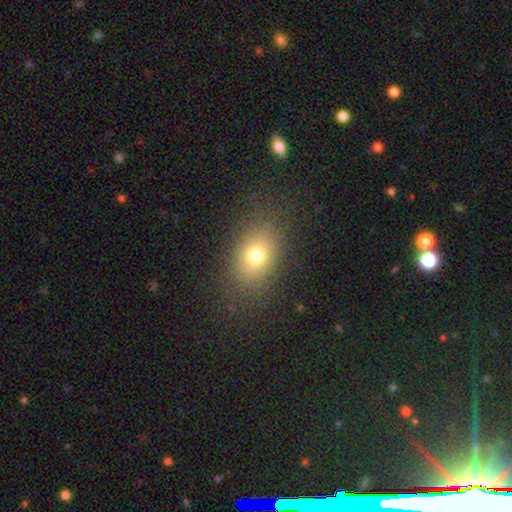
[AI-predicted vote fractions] This is likely a smooth galaxy (73%). How rounded: likely in between (70%). Merging: clearly none (80%).